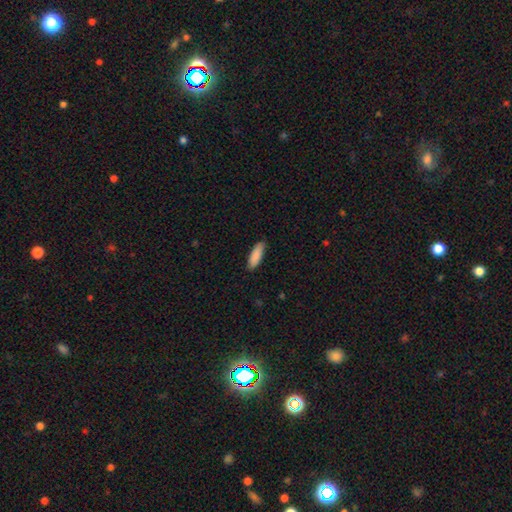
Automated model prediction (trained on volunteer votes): Smooth or featured?
  - smooth: 89% *
  - star or artifact: 6%
  - featured or disk: 5%
How rounded?
  - in between: 56% *
  - cigar-shaped: 42%
  - round: 1%
Merging?
  - none: 87% *
  - minor disturbance: 10%
  - major disturbance: 2%
  - merger: 1%